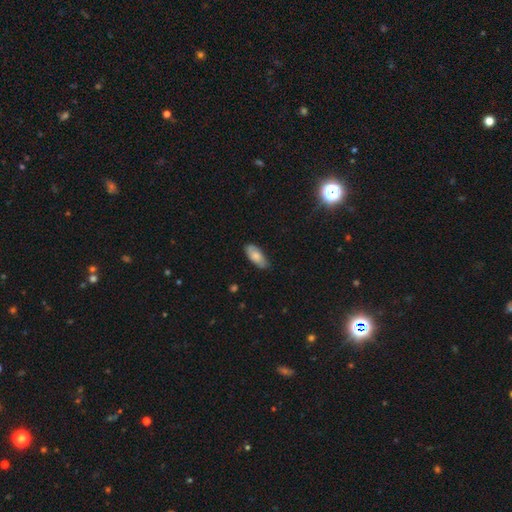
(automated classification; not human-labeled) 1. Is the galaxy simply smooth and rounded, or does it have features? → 77% smooth, 17% featured or disk, 6% star or artifact.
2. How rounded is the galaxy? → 86% in between, 12% cigar-shaped, 2% round.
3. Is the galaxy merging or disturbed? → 73% none, 23% minor disturbance, 3% major disturbance, 1% merger.